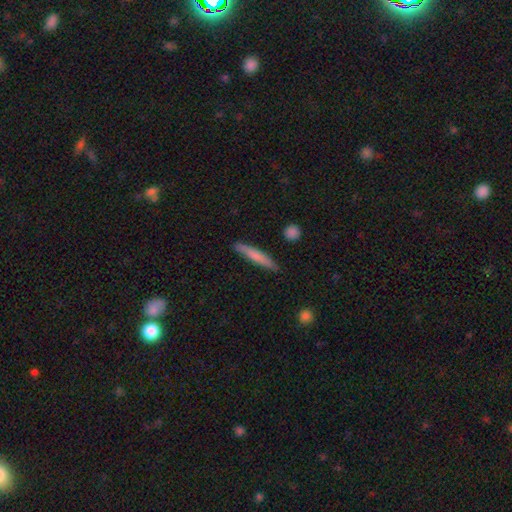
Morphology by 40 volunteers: This appears to be a smooth galaxy with no disk features (75%) that is cigar-shaped (97%). Merging: none (88%).